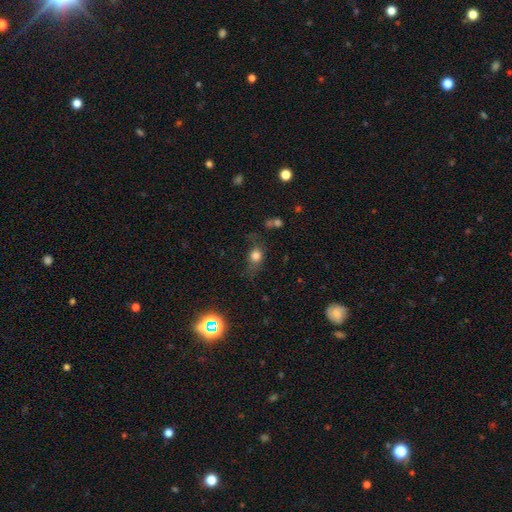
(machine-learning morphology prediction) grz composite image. It shows a smooth galaxy with no disk features (75%) that is in between round and cigar-shaped (49%). Merging: none (55%).